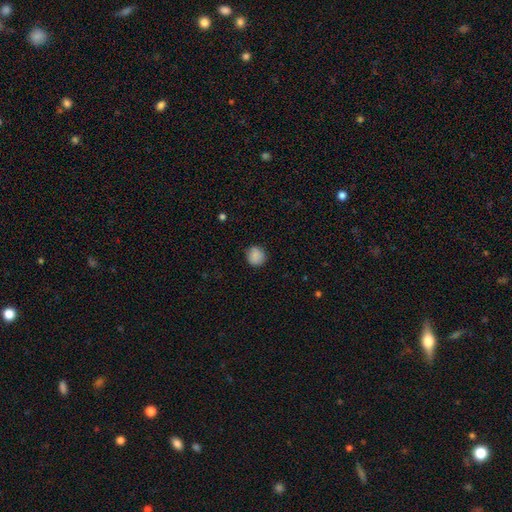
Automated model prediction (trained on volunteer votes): Q: Smooth or featured?
A: smooth (87%); runner-up: star or artifact (8%)
Q: How rounded?
A: round (88%); runner-up: in between (11%)
Q: Merging?
A: none (84%); runner-up: minor disturbance (12%)